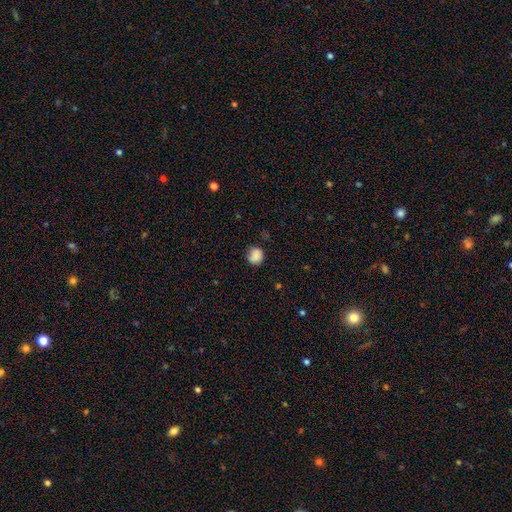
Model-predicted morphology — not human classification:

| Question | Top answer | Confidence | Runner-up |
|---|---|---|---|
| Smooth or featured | smooth | 84% | star or artifact (9%) |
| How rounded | round | 81% | in between (18%) |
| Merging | none | 71% | minor disturbance (21%) |